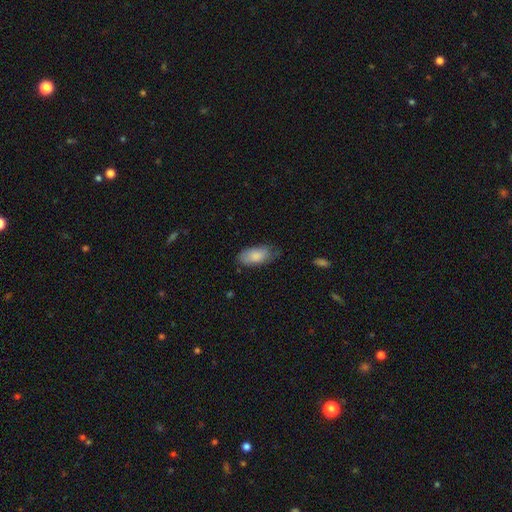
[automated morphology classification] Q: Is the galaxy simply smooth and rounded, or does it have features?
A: smooth — 82%.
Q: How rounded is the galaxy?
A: in between — 92%.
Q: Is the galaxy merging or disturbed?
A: none — 61%.